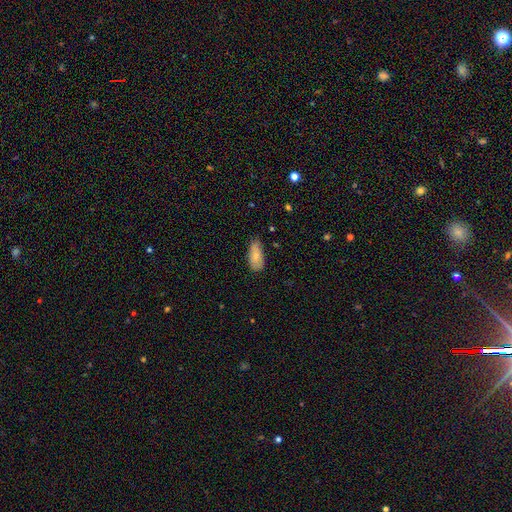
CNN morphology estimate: Q: Smooth or featured?
A: smooth (76%); runner-up: featured or disk (18%)
Q: How rounded?
A: in between (91%); runner-up: cigar-shaped (6%)
Q: Merging?
A: none (64%); runner-up: minor disturbance (30%)